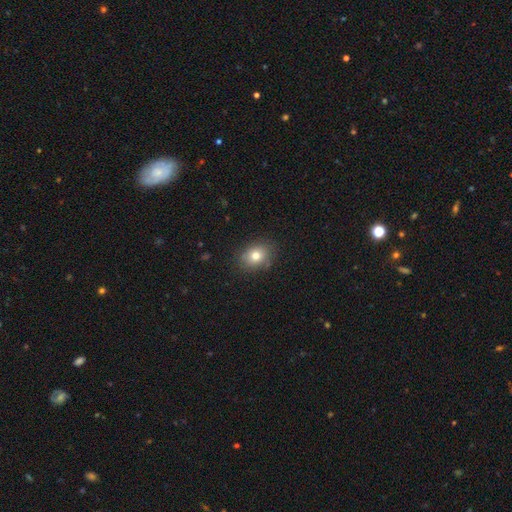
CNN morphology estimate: A smooth galaxy with no disk features (77%) that is in between round and cigar-shaped (60%).

Vote fractions:
- Smooth or featured? smooth: 77% / featured or disk: 12% / star or artifact: 11%
- How rounded? in between: 60% / round: 39% / cigar-shaped: 1%
- Merging? none: 84% / minor disturbance: 12% / major disturbance: 3% / merger: 2%